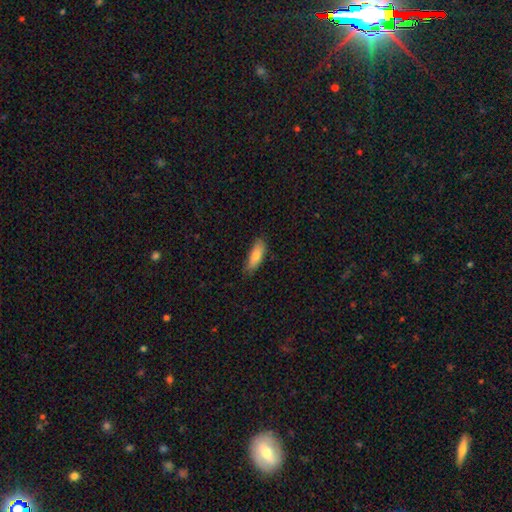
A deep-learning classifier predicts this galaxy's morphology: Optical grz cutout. It shows a smooth galaxy with no disk features (80%) that is in between round and cigar-shaped (58%). Merging: none (81%).